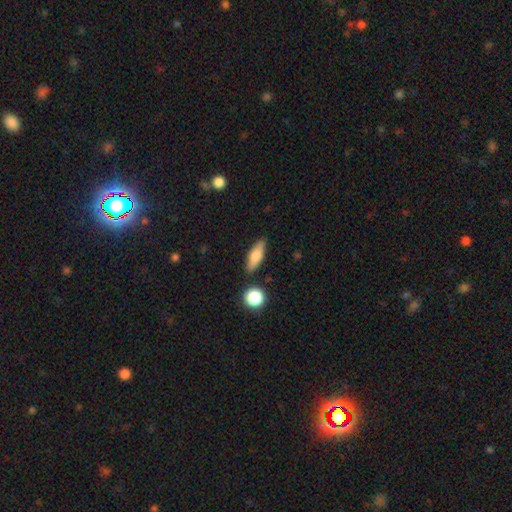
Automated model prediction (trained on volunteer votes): Smooth or featured?
  - smooth: 67% *
  - featured or disk: 25%
  - star or artifact: 7%
How rounded?
  - in between: 56% *
  - cigar-shaped: 39%
  - round: 5%
Merging?
  - none: 83% *
  - minor disturbance: 11%
  - merger: 4%
  - major disturbance: 3%